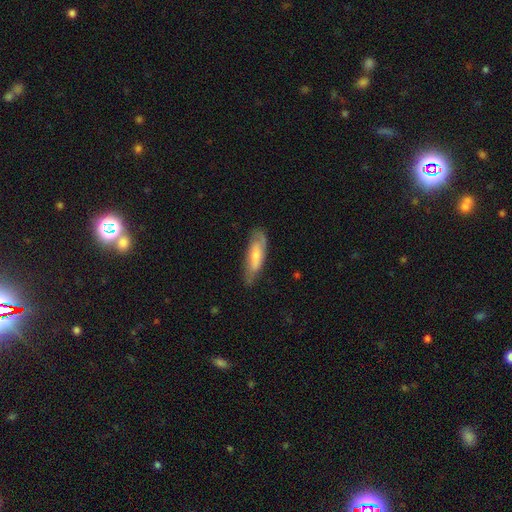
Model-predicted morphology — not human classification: The model was most divided on "how rounded": in between: 51%, cigar-shaped: 47%, round: 2%. More confident: merging — none (70%); smooth or featured — smooth (53%).